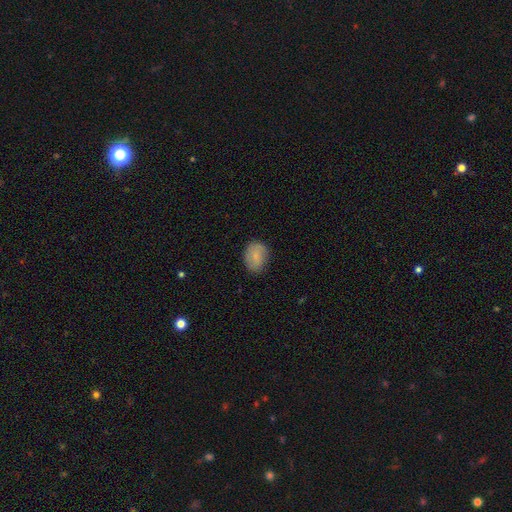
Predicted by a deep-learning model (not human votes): Smooth or featured? Predicted: smooth (p=0.79). How rounded? Predicted: in between (p=0.51). Merging? Predicted: none (p=0.77).